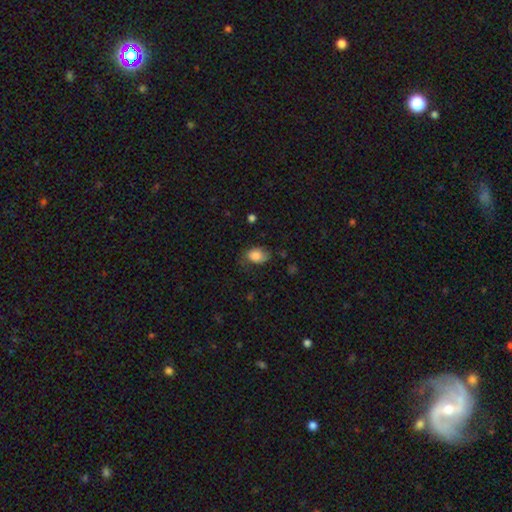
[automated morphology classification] Smooth or featured?
  - smooth: 80% *
  - featured or disk: 12%
  - star or artifact: 8%
How rounded?
  - in between: 78% *
  - round: 20%
  - cigar-shaped: 1%
Merging?
  - none: 52% *
  - minor disturbance: 32%
  - major disturbance: 14%
  - merger: 2%